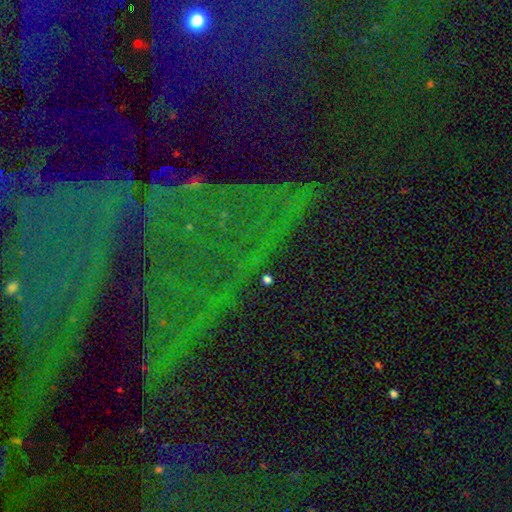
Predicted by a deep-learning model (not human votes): This is clearly a star or artifact rather than a galaxy (80%).